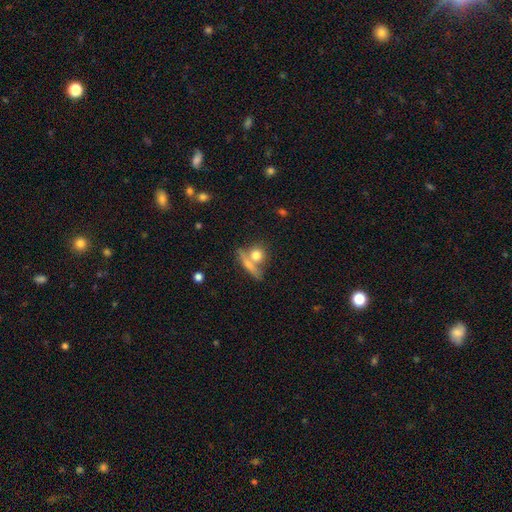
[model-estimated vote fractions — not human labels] The model was most divided on "merging": none: 48%, merger: 37%, minor disturbance: 9%, major disturbance: 5%. More confident: smooth or featured — smooth (74%); how rounded — round (65%).